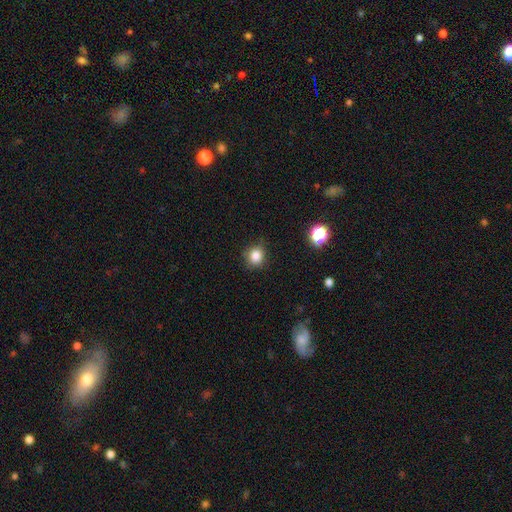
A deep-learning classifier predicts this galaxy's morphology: This is clearly a smooth galaxy (84%). How rounded: clearly round (82%). Merging: clearly none (82%).